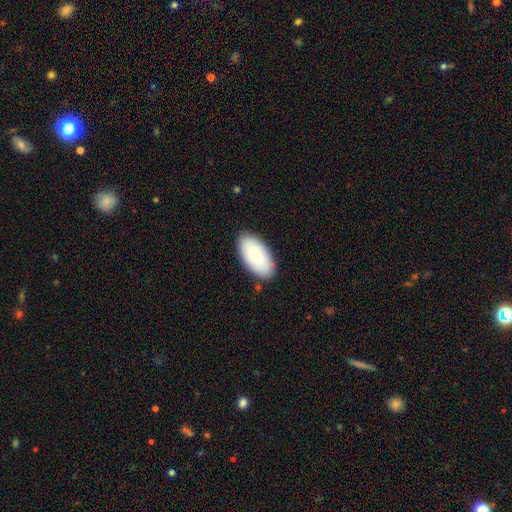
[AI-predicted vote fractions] Smooth or featured: smooth — 83% (featured or disk — 11%)
How rounded: in between — 95% (cigar-shaped — 3%)
Merging: none — 85% (minor disturbance — 11%)